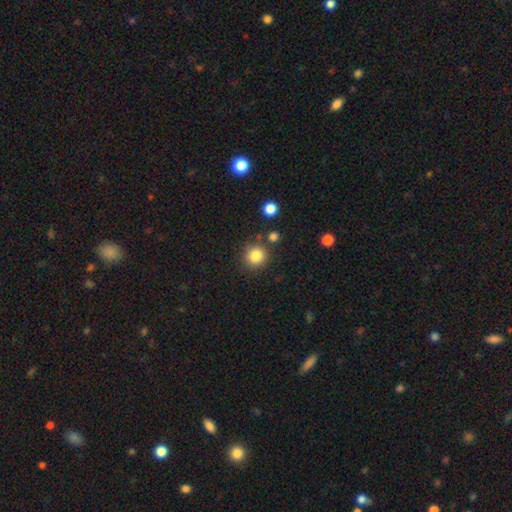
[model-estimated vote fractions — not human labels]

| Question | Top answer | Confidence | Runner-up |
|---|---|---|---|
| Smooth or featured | smooth | 83% | star or artifact (11%) |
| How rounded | round | 92% | in between (7%) |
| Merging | none | 81% | minor disturbance (9%) |